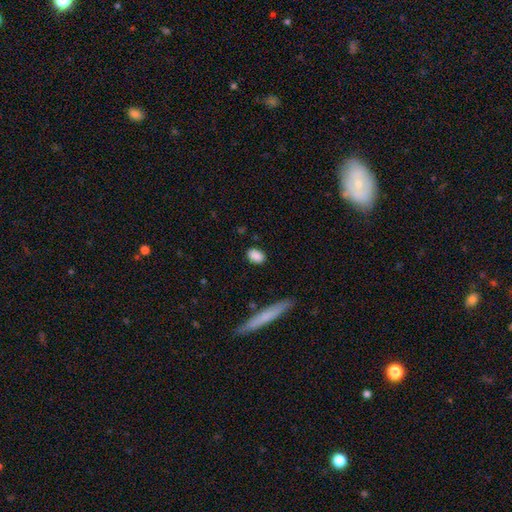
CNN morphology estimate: This appears to be a smooth galaxy with no disk features (87%) that is in between round and cigar-shaped (80%). Merging: none (85%).